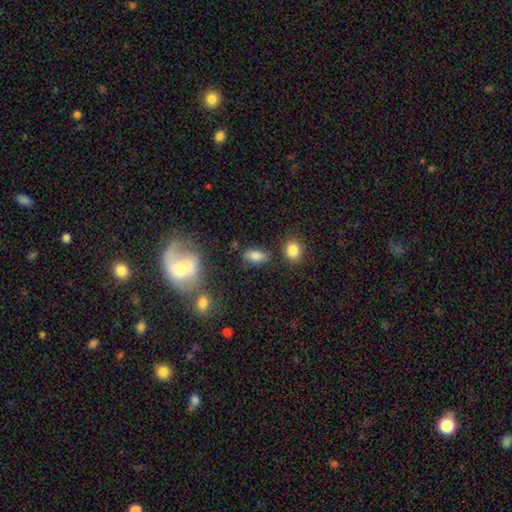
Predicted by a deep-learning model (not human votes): smooth_or_featured: smooth (p=0.80) [alt: star or artifact p=0.11]
how_rounded: in between (p=0.85) [alt: round p=0.08]
merging: none (p=0.79) [alt: minor disturbance p=0.13]